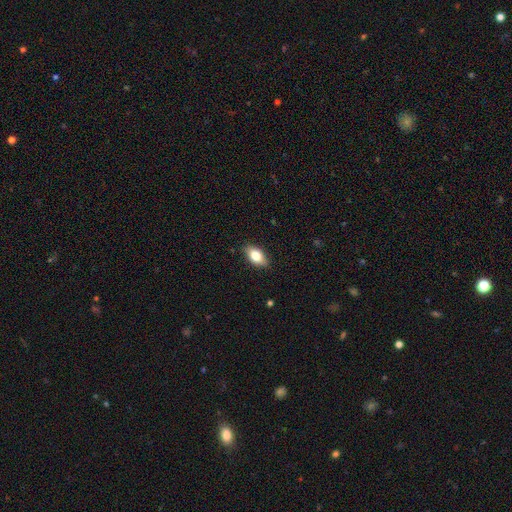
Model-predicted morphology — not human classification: A smooth galaxy with no disk features (78%) that is in between round and cigar-shaped (88%).

Vote fractions:
- Smooth or featured? smooth: 78% / featured or disk: 15% / star or artifact: 7%
- How rounded? in between: 88% / round: 7% / cigar-shaped: 5%
- Merging? none: 85% / minor disturbance: 12% / major disturbance: 2% / merger: 1%